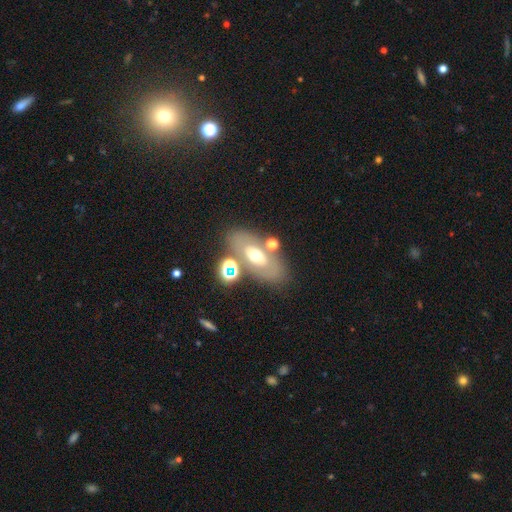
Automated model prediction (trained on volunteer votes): This is possibly a featured or disk galaxy (46%). Merging: likely none (70%).